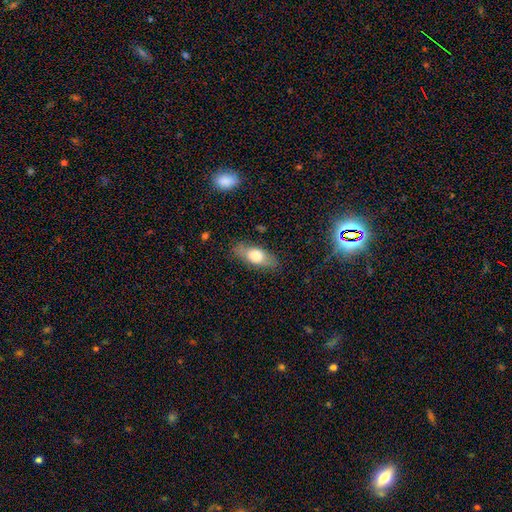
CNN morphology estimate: Smooth or featured? Predicted: smooth (p=0.65). How rounded? Predicted: in between (p=0.76). Merging? Predicted: none (p=0.80).